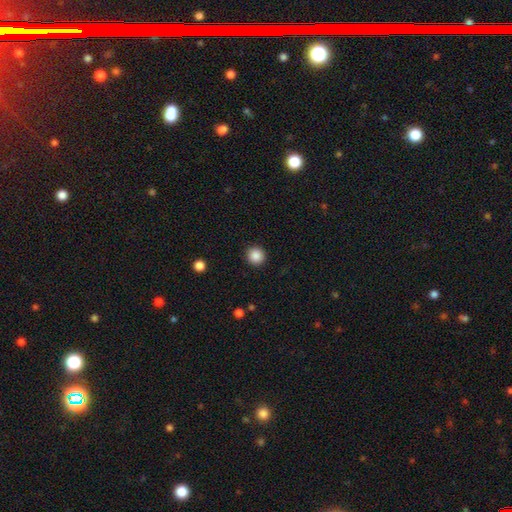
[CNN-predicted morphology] A smooth galaxy with no disk features (87%) that is round (94%). Merging: none (92%).